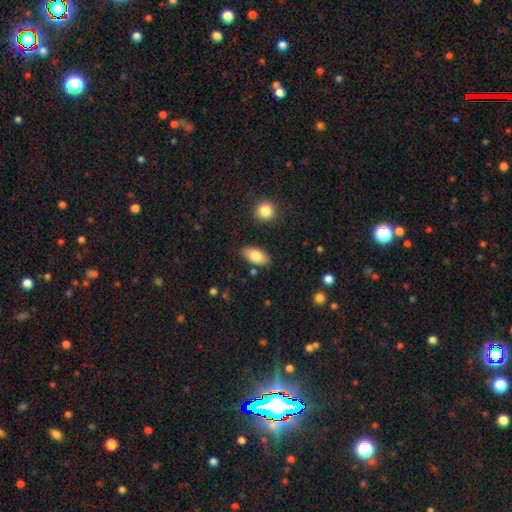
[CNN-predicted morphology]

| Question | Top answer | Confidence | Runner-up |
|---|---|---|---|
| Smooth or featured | smooth | 81% | featured or disk (13%) |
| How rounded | in between | 93% | cigar-shaped (3%) |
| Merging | none | 84% | minor disturbance (11%) |